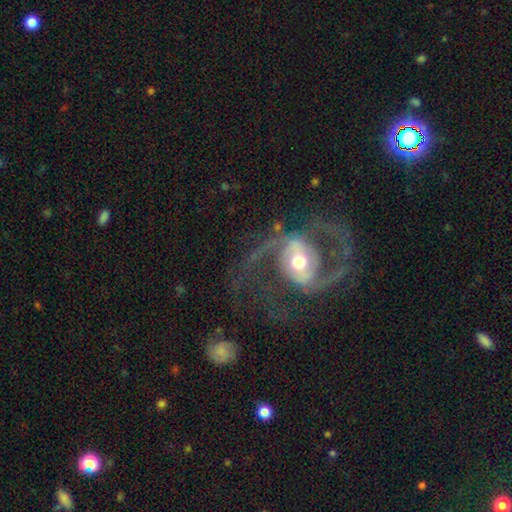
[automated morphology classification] A featured or disk galaxy (90%) with a weak bar (37%), 2 (93%) medium (59%) spiral arms (96%) and a moderate central bulge (65%).

Vote fractions:
- Smooth or featured? featured or disk: 90% / star or artifact: 5% / smooth: 4%
- Edge-on disk? no: 97% / yes: 3%
- Bar? weak: 37% / strong: 34% / no: 29%
- Spiral arms? yes: 96% / no: 4%
- Spiral winding? medium: 59% / loose: 28% / tight: 13%
- Spiral arm count? 2: 93% / can't tell: 2% / 3: 2% / 1: 2% / 4: 1% / more than 4: 1%
- Bulge size? moderate: 65% / small: 21% / large: 11% / dominant: 2% / none: 1%
- Merging? none: 70% / major disturbance: 15% / minor disturbance: 13% / merger: 2%